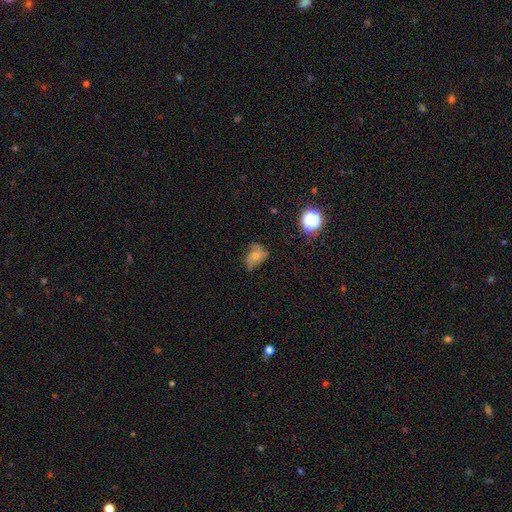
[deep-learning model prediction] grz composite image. It shows a smooth galaxy with no disk features (45%). Merging: none (44%).